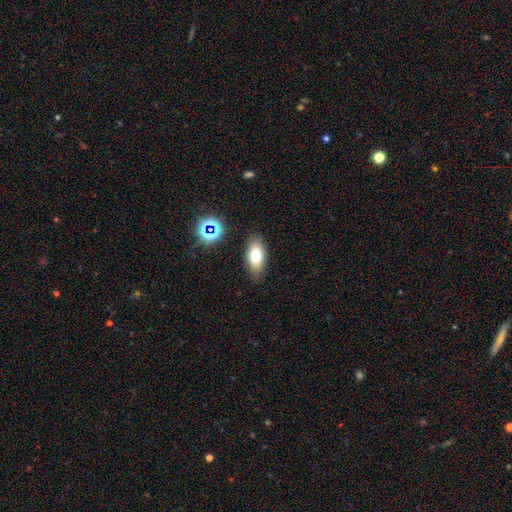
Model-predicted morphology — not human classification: This appears to be a smooth galaxy with no disk features (74%) that is in between round and cigar-shaped (87%). Merging: none (85%).